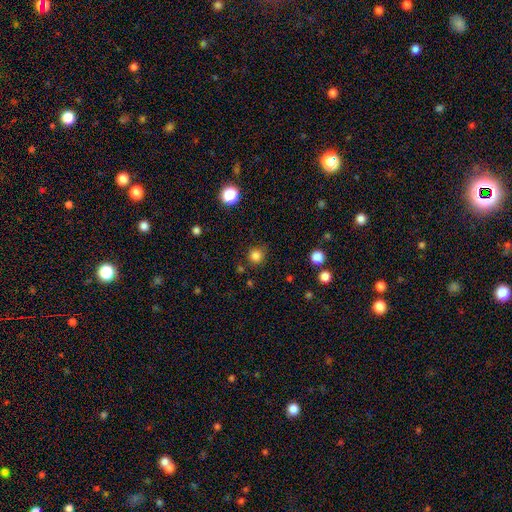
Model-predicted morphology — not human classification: smooth-or-featured: smooth: 82% | star or artifact: 14% | featured or disk: 4%
  how-rounded: round: 92% | in between: 7% | cigar-shaped: 1%
  merging: none: 84% | minor disturbance: 11% | major disturbance: 3% | merger: 2%